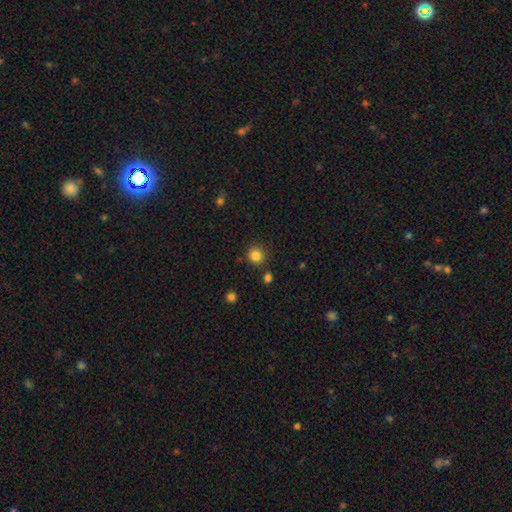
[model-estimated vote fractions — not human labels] smooth 84%, star or artifact 12%, featured or disk 4%. Down the decision tree: how rounded — round (93%); merging — none (86%).